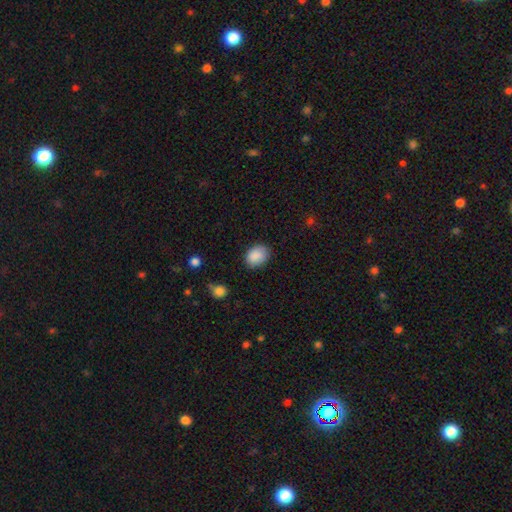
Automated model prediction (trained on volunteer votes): Smooth or featured? smooth (88%)
How rounded? in between (71%)
Merging? none (77%)